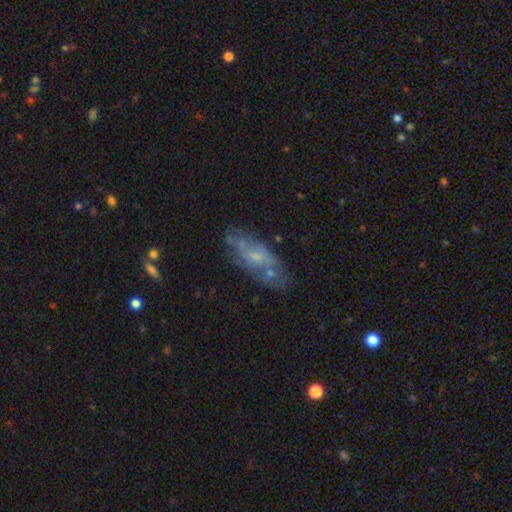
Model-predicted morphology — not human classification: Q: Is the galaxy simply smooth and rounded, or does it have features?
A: featured or disk — 51%.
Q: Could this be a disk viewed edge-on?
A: no — 86%.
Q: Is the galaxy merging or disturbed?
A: none — 55%.